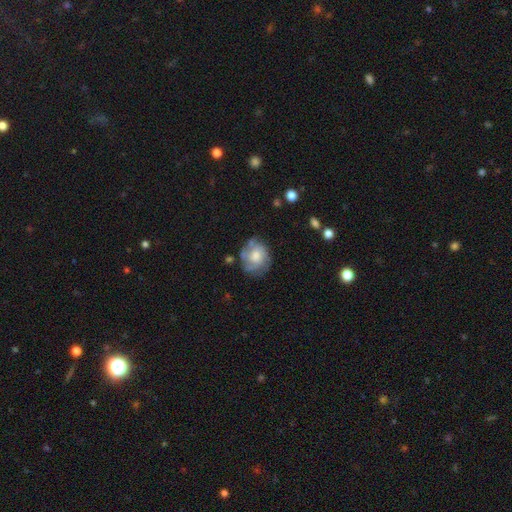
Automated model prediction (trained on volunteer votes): Q: Smooth or featured?
A: featured or disk (48%); runner-up: smooth (44%)
Q: Merging?
A: none (65%); runner-up: minor disturbance (22%)